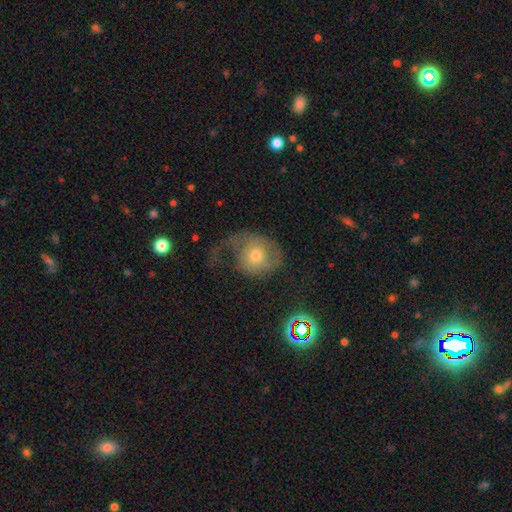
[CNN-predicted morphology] This appears to be a featured or disk galaxy (55%) with no bar (78%), spiral arms (73%) and a moderate central bulge (52%). Merging: major disturbance (50%).